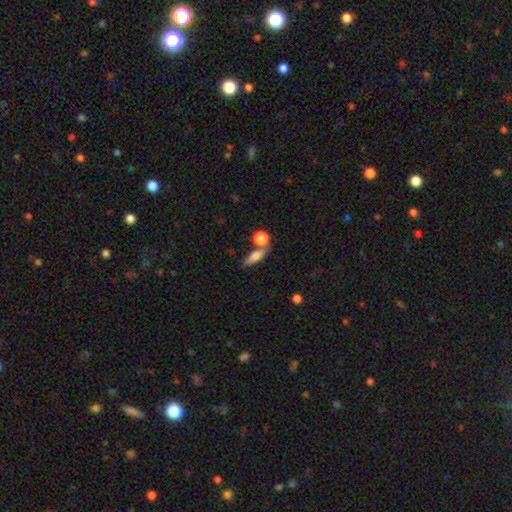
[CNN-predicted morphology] Smooth or featured? smooth (73%)
How rounded? in between (48%)
Merging? none (59%)